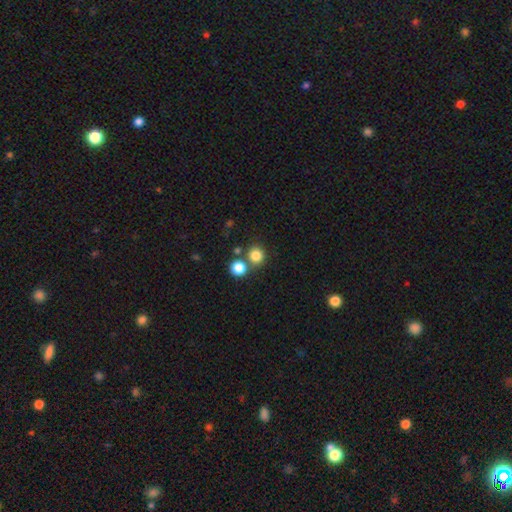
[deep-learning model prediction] Q: Smooth or featured?
A: smooth (82%); runner-up: star or artifact (12%)
Q: How rounded?
A: round (90%); runner-up: in between (9%)
Q: Merging?
A: none (67%); runner-up: merger (23%)